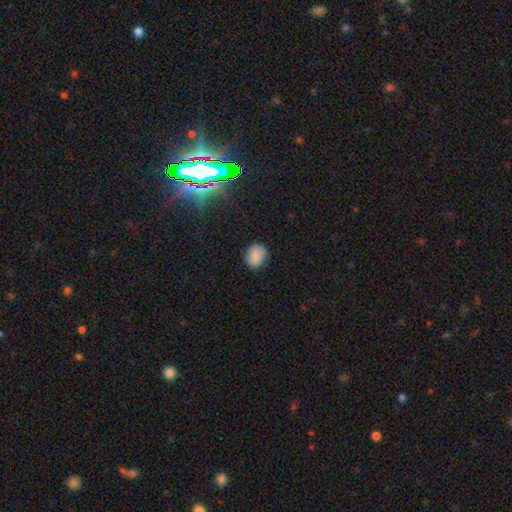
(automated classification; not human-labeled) A smooth galaxy with no disk features (81%) that is round (58%). Merging: none (81%).